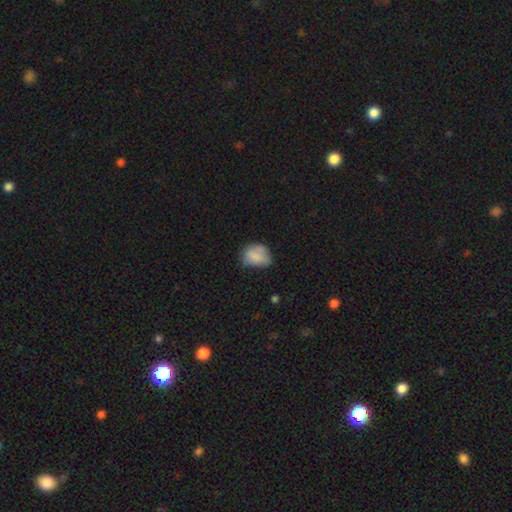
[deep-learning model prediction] Smooth or featured?
  - smooth: 78% *
  - featured or disk: 13%
  - star or artifact: 9%
How rounded?
  - in between: 65% *
  - round: 34%
  - cigar-shaped: 1%
Merging?
  - none: 43% *
  - minor disturbance: 39%
  - major disturbance: 14%
  - merger: 4%